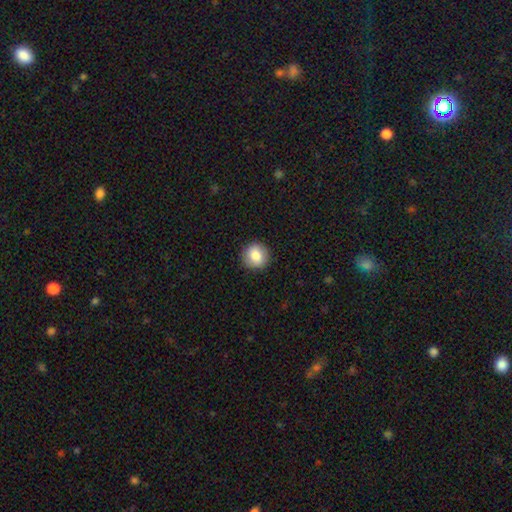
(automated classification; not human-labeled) smooth 83%, featured or disk 8%, star or artifact 8%. Down the decision tree: how rounded — round (90%); merging — none (90%).